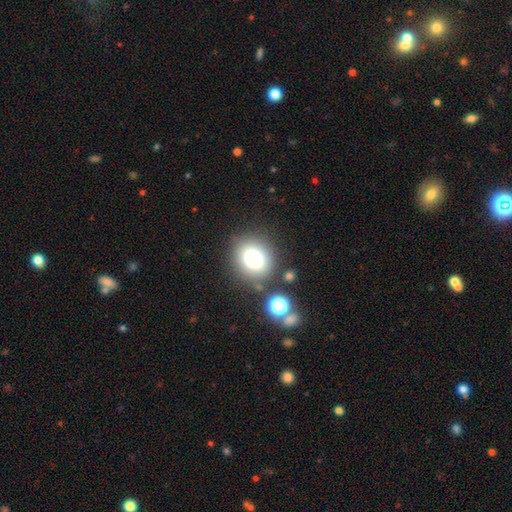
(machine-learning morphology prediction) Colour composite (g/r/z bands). It shows a smooth galaxy with no disk features (76%) that is round (77%). Merging: none (77%).